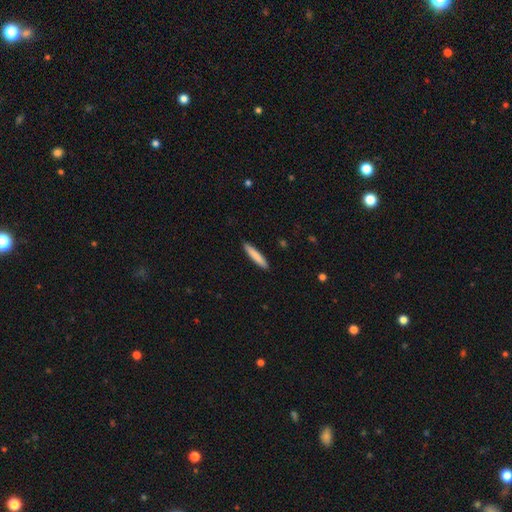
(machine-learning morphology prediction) smooth-or-featured: smooth: 83% | featured or disk: 12% | star or artifact: 5%
  how-rounded: cigar-shaped: 92% | in between: 7% | round: 1%
  merging: none: 91% | minor disturbance: 6% | major disturbance: 1% | merger: 1%